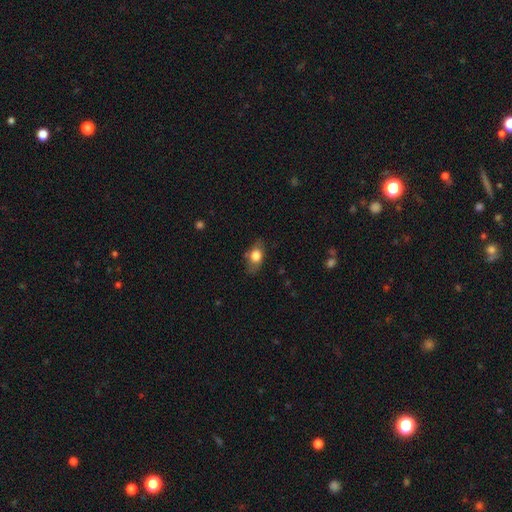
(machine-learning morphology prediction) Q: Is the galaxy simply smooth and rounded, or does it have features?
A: smooth — 74%.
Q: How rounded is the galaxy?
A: in between — 81%.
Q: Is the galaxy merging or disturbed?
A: none — 71%.